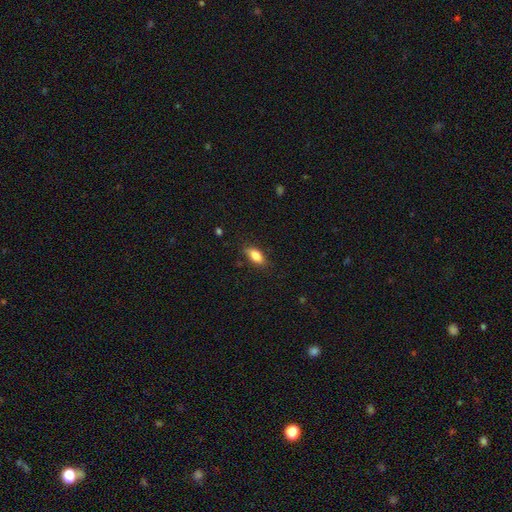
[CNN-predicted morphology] A smooth galaxy with no disk features (82%) that is in between round and cigar-shaped (86%). Merging: none (79%).